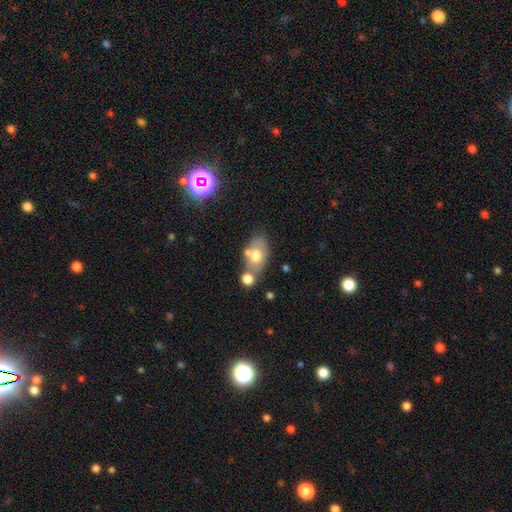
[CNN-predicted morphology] This is likely a smooth galaxy (61%). How rounded: clearly in between (84%). Merging: possibly none (47%).